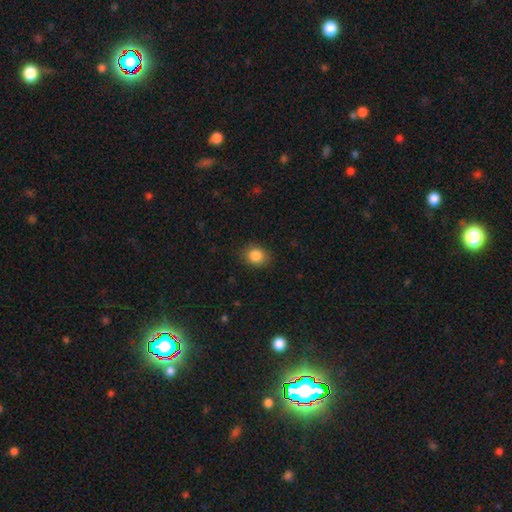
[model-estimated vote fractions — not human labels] The model was most divided on "how rounded": round: 61%, in between: 39%, cigar-shaped: 1%. More confident: merging — none (86%); smooth or featured — smooth (86%).